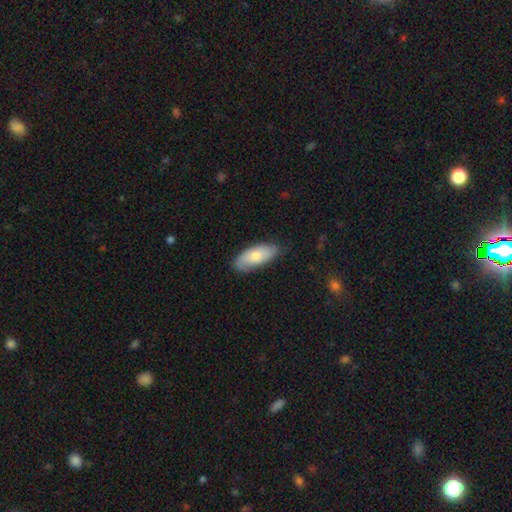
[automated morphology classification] A smooth galaxy with no disk features (69%) that is in between round and cigar-shaped (85%). Merging: none (79%).